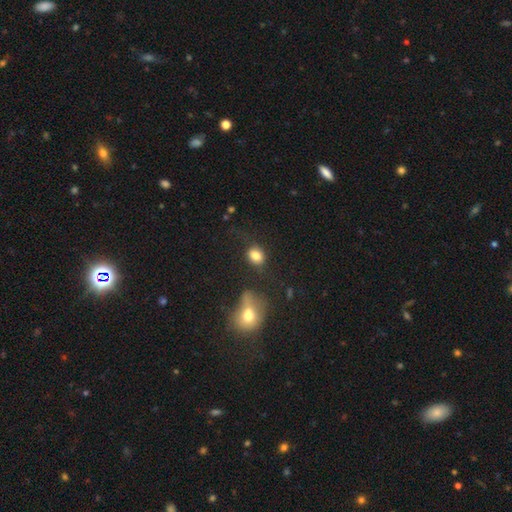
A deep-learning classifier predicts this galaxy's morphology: Smooth or featured? smooth (81%)
How rounded? in between (51%)
Merging? none (69%)